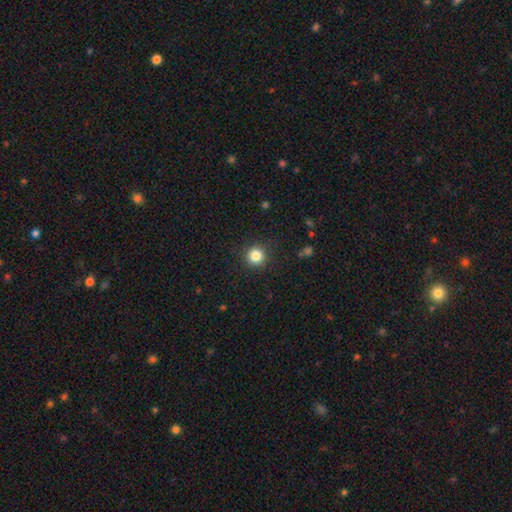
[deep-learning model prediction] Smooth or featured: smooth — 84% (star or artifact — 12%)
How rounded: round — 94% (in between — 5%)
Merging: none — 89% (minor disturbance — 7%)